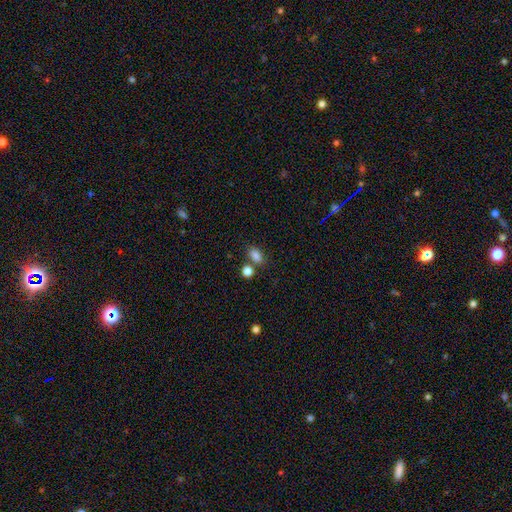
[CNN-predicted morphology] Smooth or featured? Predicted: smooth (p=0.83). How rounded? Predicted: in between (p=0.81). Merging? Predicted: none (p=0.66).